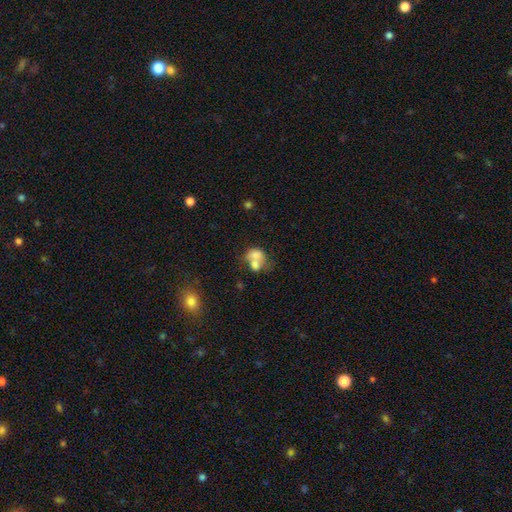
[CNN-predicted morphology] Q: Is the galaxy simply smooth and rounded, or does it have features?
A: smooth — 65%.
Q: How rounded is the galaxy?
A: in between — 56%.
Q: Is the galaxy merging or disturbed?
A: merger — 64%.